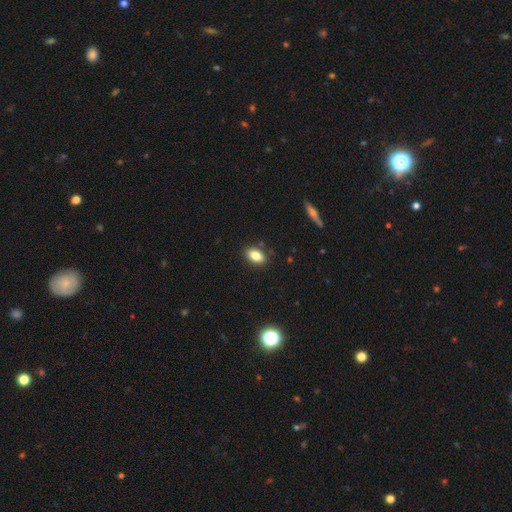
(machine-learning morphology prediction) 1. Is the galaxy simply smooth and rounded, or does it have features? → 83% smooth, 9% star or artifact, 7% featured or disk.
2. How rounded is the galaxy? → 87% in between, 9% round, 3% cigar-shaped.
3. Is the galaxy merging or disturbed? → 86% none, 10% minor disturbance, 2% major disturbance, 2% merger.